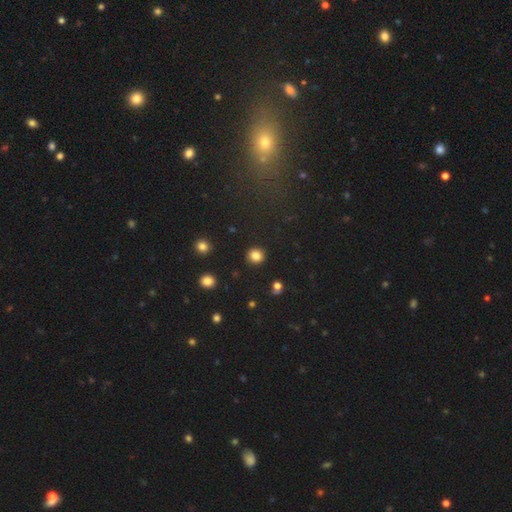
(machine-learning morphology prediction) Overall: smooth (84%). How rounded: round (87%). Merging: none (91%).